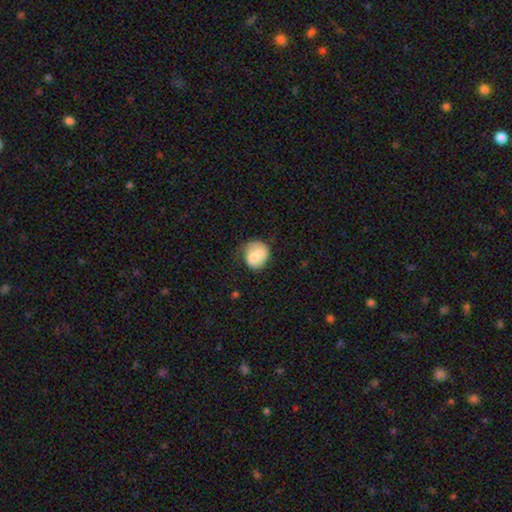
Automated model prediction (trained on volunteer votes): smooth_or_featured: smooth (p=0.71) [alt: featured or disk p=0.21]
how_rounded: round (p=0.66) [alt: in between p=0.33]
merging: none (p=0.39) [alt: minor disturbance p=0.26]